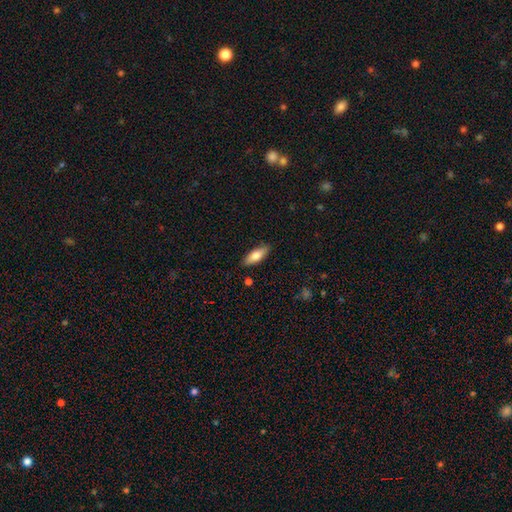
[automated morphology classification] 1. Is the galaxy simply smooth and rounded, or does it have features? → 77% smooth, 17% featured or disk, 6% star or artifact.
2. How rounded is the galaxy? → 64% in between, 34% cigar-shaped, 2% round.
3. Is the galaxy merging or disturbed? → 86% none, 10% minor disturbance, 2% major disturbance, 2% merger.